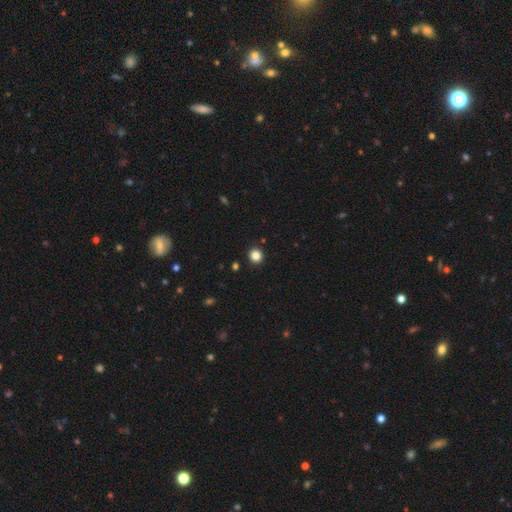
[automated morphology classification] smooth 84%, star or artifact 12%, featured or disk 4%. Down the decision tree: how rounded — round (91%); merging — none (92%).